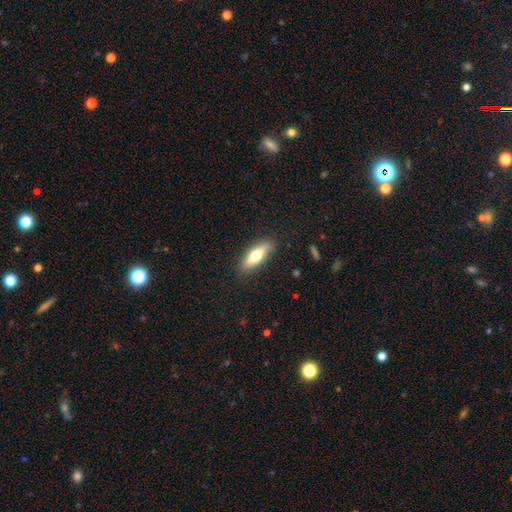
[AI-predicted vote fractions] This is likely a smooth galaxy (67%). How rounded: possibly in between (53%). Merging: clearly none (85%).